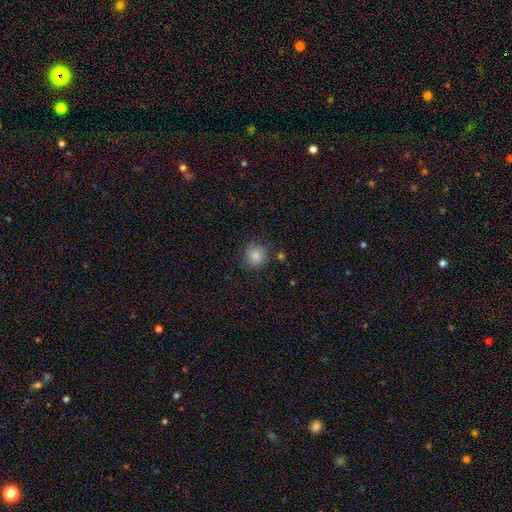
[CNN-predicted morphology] Overall: smooth (84%). How rounded: round (91%). Merging: none (81%).